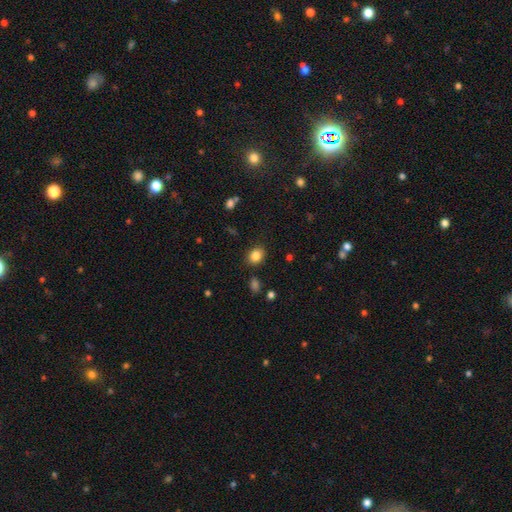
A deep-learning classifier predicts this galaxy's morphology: Overall: smooth (84%). How rounded: round (51%; in between 48%). Merging: none (85%).